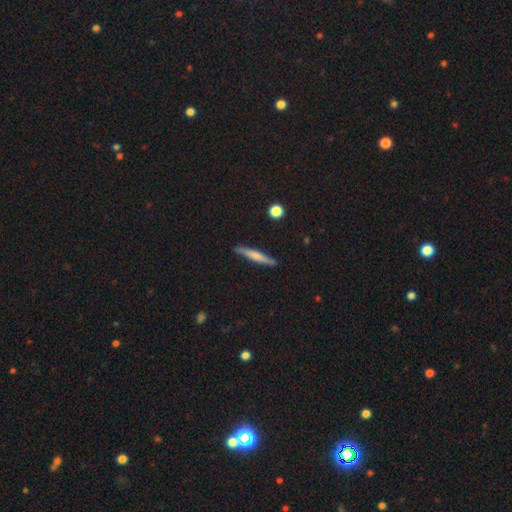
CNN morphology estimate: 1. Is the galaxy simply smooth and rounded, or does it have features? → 55% smooth, 39% featured or disk, 6% star or artifact.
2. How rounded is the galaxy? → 94% cigar-shaped, 4% in between, 2% round.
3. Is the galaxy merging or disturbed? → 90% none, 7% minor disturbance, 2% major disturbance, 1% merger.